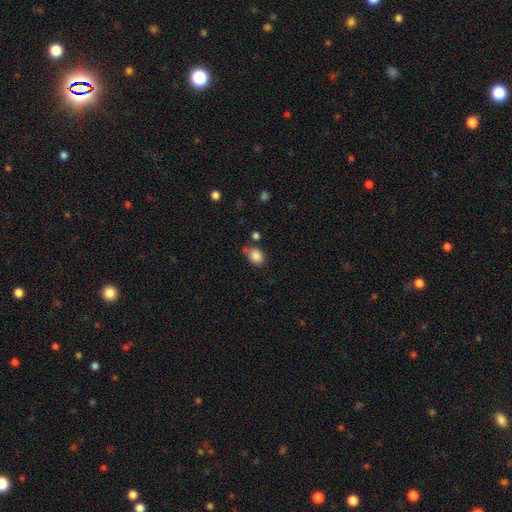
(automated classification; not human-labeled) Overall: smooth (86%). How rounded: in between (59%; round 40%). Merging: none (62%).